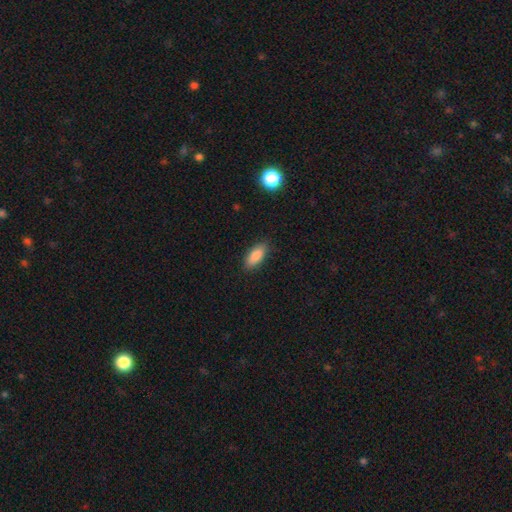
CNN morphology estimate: smooth 87%, star or artifact 7%, featured or disk 6%. Down the decision tree: how rounded — in between (84%); merging — none (87%).